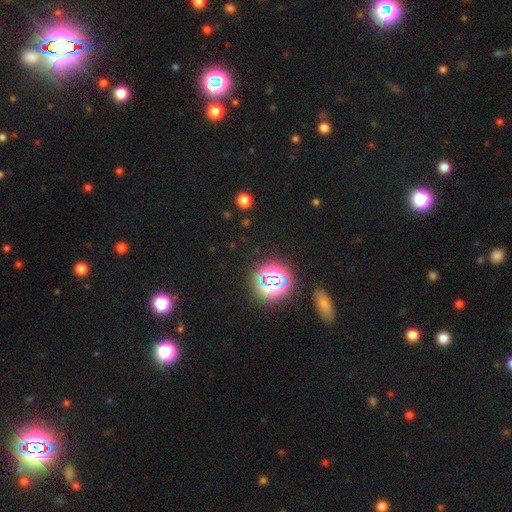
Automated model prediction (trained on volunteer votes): Smooth or featured? Predicted: star or artifact (p=0.64).